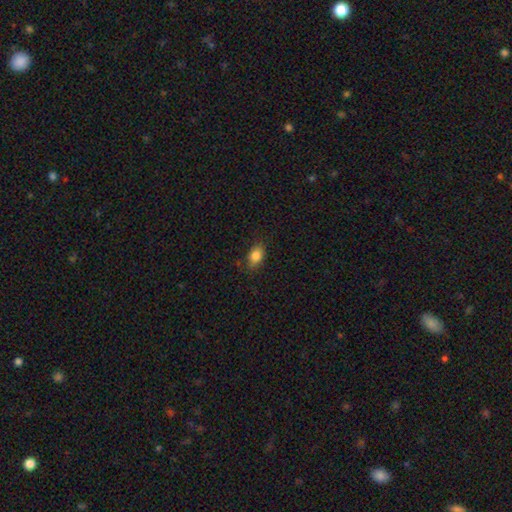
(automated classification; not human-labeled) Smooth or featured? Predicted: smooth (p=0.85). How rounded? Predicted: in between (p=0.83). Merging? Predicted: none (p=0.80).